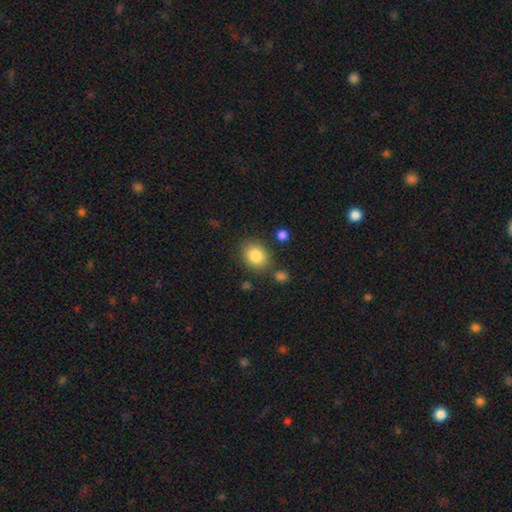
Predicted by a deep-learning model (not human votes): A smooth galaxy with no disk features (85%) that is round (52%).

Vote fractions:
- Smooth or featured? smooth: 85% / star or artifact: 9% / featured or disk: 6%
- How rounded? round: 52% / in between: 47% / cigar-shaped: 1%
- Merging? none: 78% / minor disturbance: 12% / merger: 6% / major disturbance: 4%